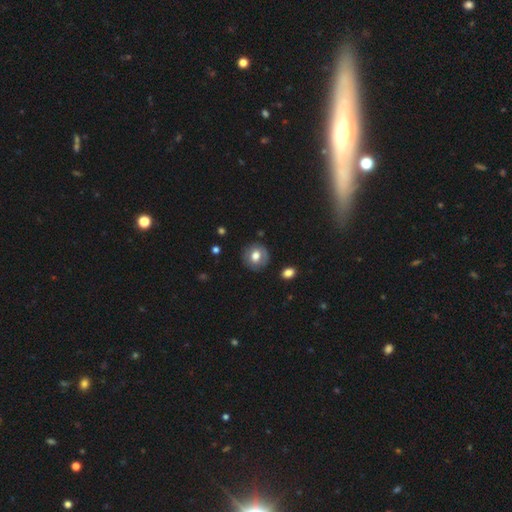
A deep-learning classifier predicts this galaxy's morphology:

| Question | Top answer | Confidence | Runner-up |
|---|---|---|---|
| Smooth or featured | smooth | 65% | featured or disk (27%) |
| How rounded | round | 81% | in between (18%) |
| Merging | none | 82% | minor disturbance (12%) |